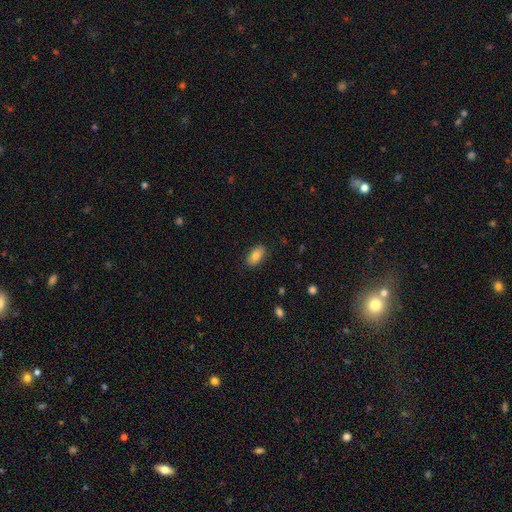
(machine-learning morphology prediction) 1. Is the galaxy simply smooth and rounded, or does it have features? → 80% smooth, 12% featured or disk, 8% star or artifact.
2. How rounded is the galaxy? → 92% in between, 5% round, 3% cigar-shaped.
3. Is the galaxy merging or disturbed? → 85% none, 11% minor disturbance, 2% major disturbance, 1% merger.